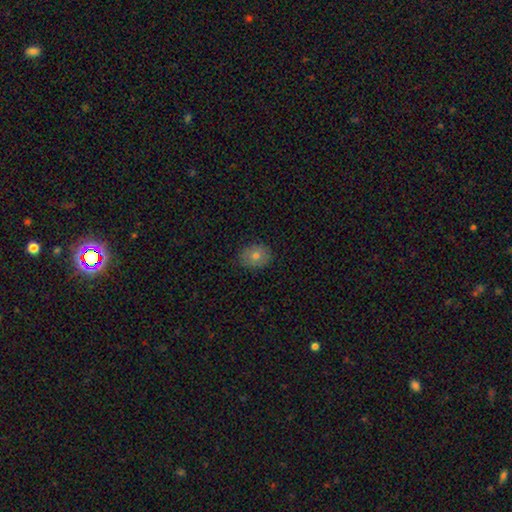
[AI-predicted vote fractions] Smooth or featured?
  - smooth: 76% *
  - featured or disk: 13%
  - star or artifact: 12%
How rounded?
  - in between: 53% *
  - round: 46%
  - cigar-shaped: 1%
Merging?
  - none: 84% *
  - minor disturbance: 13%
  - major disturbance: 2%
  - merger: 1%